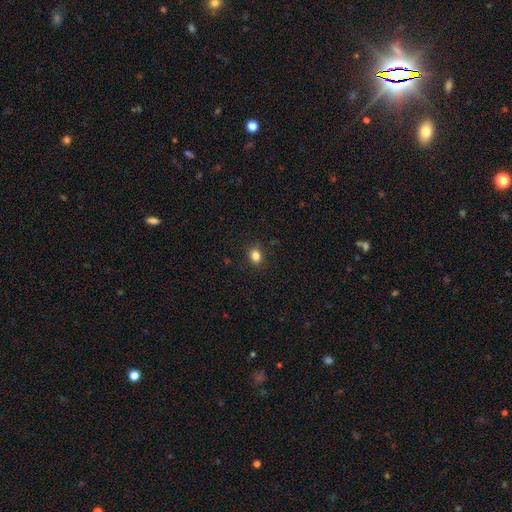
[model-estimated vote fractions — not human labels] The model was most divided on "how rounded": round: 50%, in between: 49%, cigar-shaped: 1%. More confident: merging — none (88%); smooth or featured — smooth (84%).